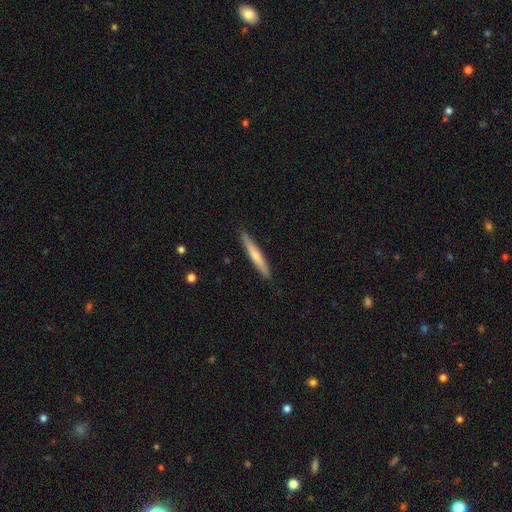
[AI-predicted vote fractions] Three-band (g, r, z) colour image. It shows a smooth galaxy with no disk features (59%) that is cigar-shaped (95%). Merging: none (90%).